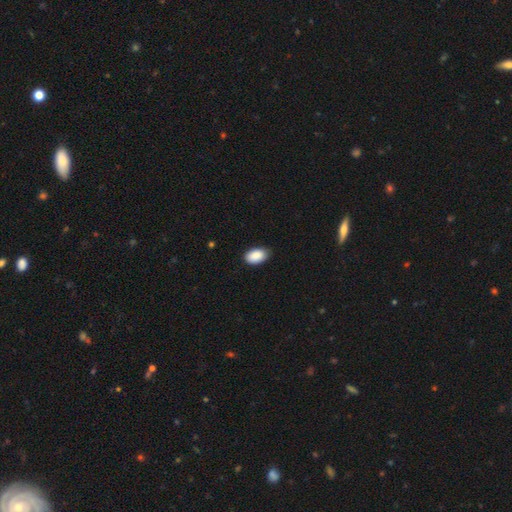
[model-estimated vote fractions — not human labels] The model was most divided on "merging": none: 83%, minor disturbance: 14%, major disturbance: 2%, merger: 1%. More confident: how rounded — in between (94%); smooth or featured — smooth (90%).